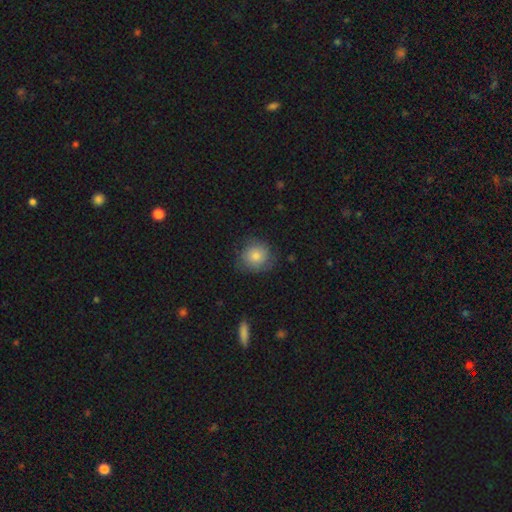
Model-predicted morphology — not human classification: The model was most divided on "merging": none: 74%, minor disturbance: 19%, major disturbance: 6%, merger: 1%. More confident: how rounded — round (87%); smooth or featured — smooth (76%).